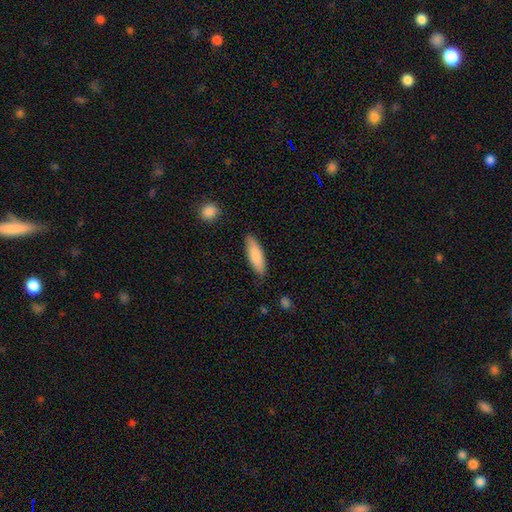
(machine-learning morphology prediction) Smooth or featured? smooth (84%)
How rounded? cigar-shaped (54%)
Merging? none (84%)